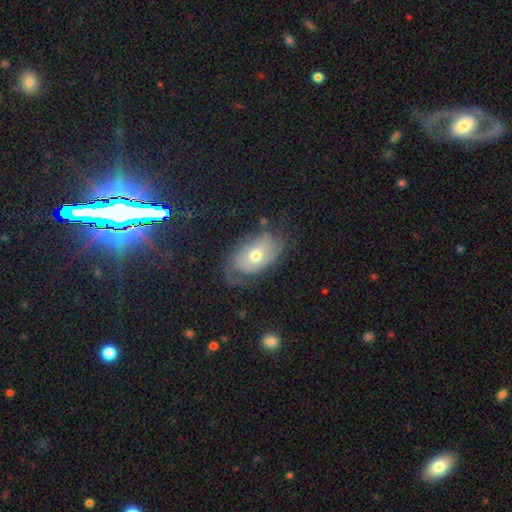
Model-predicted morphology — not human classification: Overall: featured or disk (57%; smooth 33%). Edge-on disk: no (93%). Bar: no (81%). Spiral arms: yes (74%). Bulge size: moderate (71%). Merging: none (53%; minor disturbance 26%).